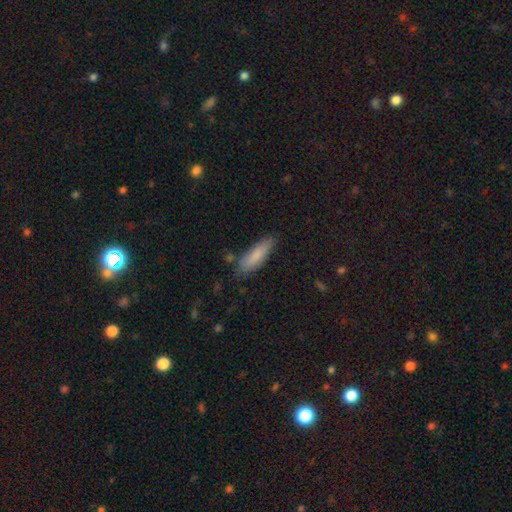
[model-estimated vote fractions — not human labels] This is clearly a smooth galaxy (83%). How rounded: possibly cigar-shaped (56%). Merging: likely none (79%).